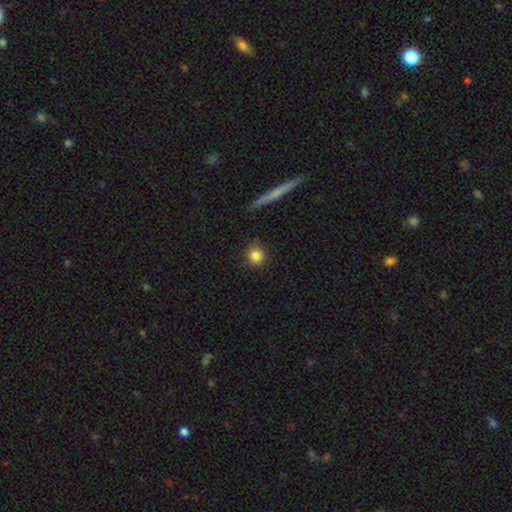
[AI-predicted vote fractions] A smooth galaxy with no disk features (84%) that is round (88%). Merging: none (84%).